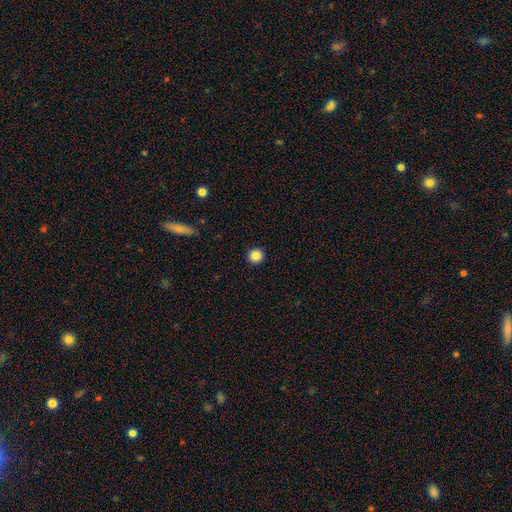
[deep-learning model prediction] Morphology: type=smooth (86%); roundness=round (95%); merging=none (94%).